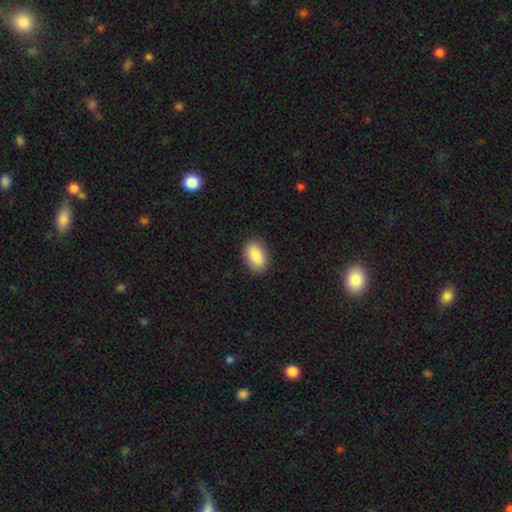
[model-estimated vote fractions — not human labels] Smooth or featured? smooth (88%)
How rounded? in between (89%)
Merging? none (89%)